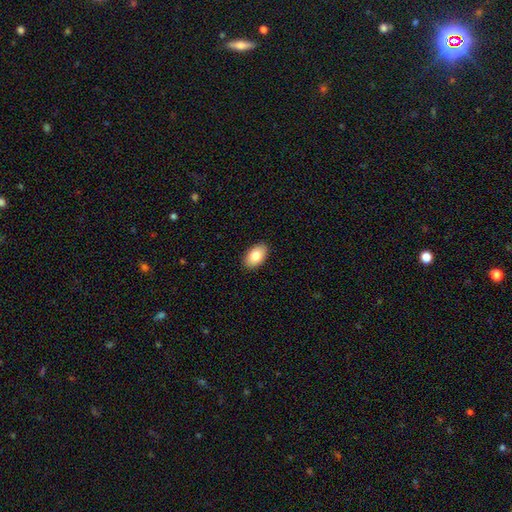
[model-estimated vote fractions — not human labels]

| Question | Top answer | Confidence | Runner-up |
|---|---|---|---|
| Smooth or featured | smooth | 83% | featured or disk (10%) |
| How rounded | in between | 92% | round (7%) |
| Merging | none | 90% | minor disturbance (8%) |